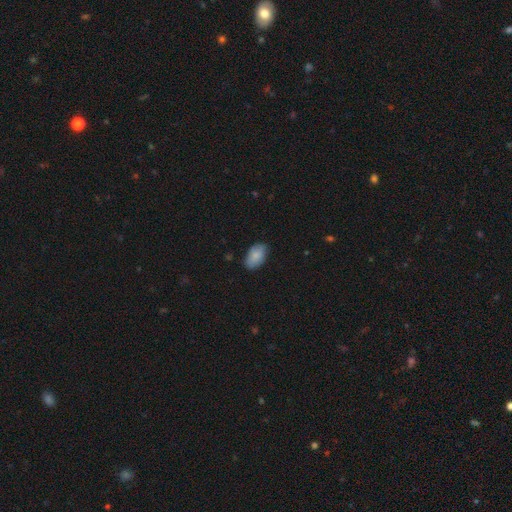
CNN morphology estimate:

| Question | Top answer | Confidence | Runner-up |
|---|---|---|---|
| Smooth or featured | smooth | 84% | featured or disk (9%) |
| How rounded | in between | 93% | round (6%) |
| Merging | none | 79% | minor disturbance (17%) |